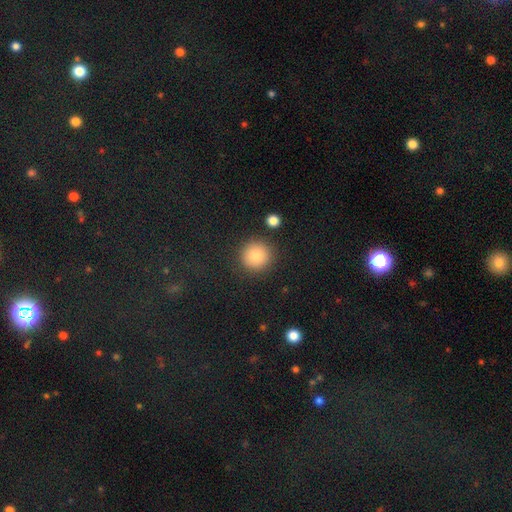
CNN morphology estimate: Overall: smooth (83%). How rounded: round (94%). Merging: none (90%).